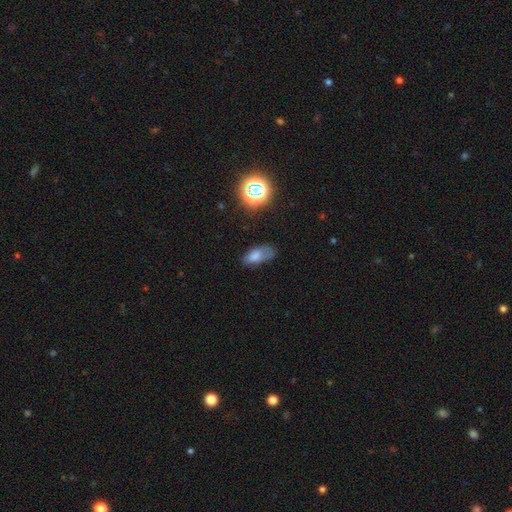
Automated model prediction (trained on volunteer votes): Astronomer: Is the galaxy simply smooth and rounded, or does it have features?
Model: smooth — 70%.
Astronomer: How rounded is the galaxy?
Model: in between — 87%.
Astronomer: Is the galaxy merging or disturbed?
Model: none — 47% (runner-up: minor disturbance, 33%).